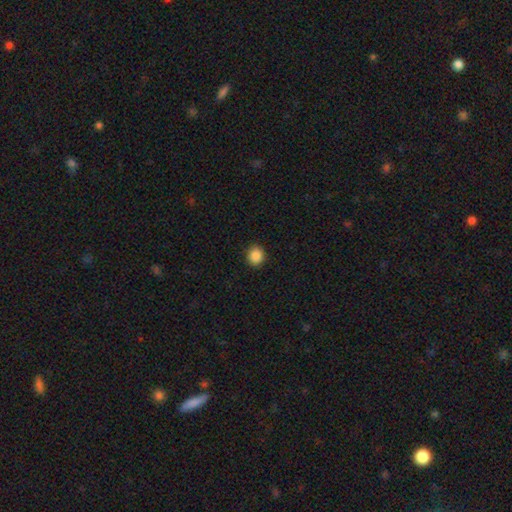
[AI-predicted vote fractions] smooth 88%, star or artifact 9%, featured or disk 3%. Down the decision tree: how rounded — round (76%); merging — none (91%).